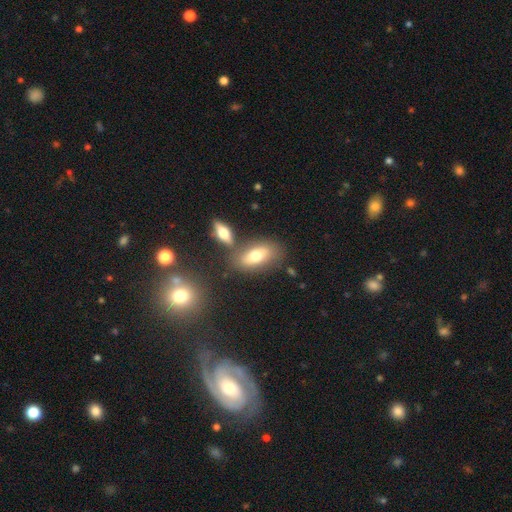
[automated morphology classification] Smooth or featured: smooth — 68% (featured or disk — 23%)
How rounded: in between — 85% (cigar-shaped — 9%)
Merging: none — 62% (merger — 21%)